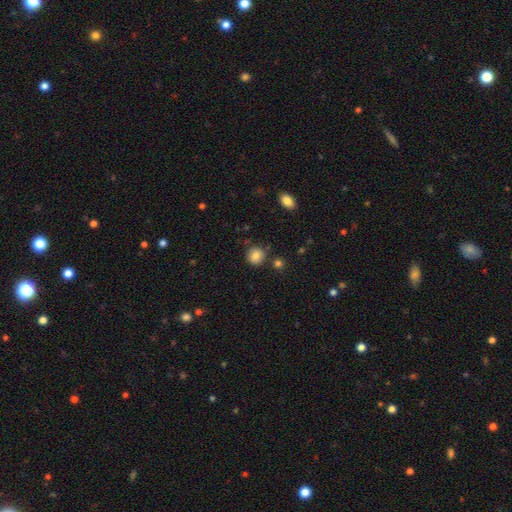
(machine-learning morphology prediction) The model was most divided on "merging": none: 83%, minor disturbance: 10%, merger: 4%, major disturbance: 3%. More confident: how rounded — round (86%); smooth or featured — smooth (84%).